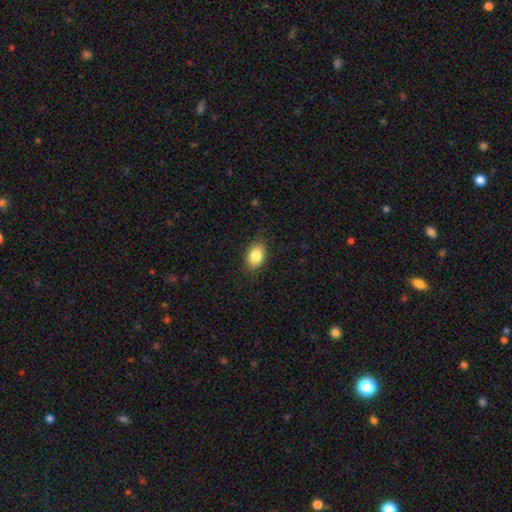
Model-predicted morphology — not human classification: Smooth or featured: smooth — 85% (featured or disk — 8%)
How rounded: in between — 88% (round — 10%)
Merging: none — 85% (minor disturbance — 11%)